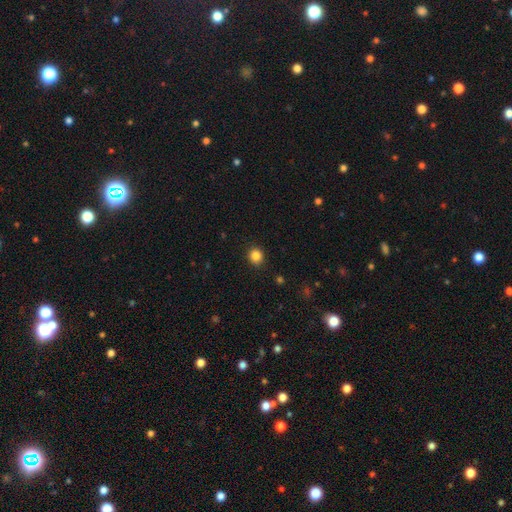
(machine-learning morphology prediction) type=smooth (85%); roundness=round (81%); merging=none (88%).